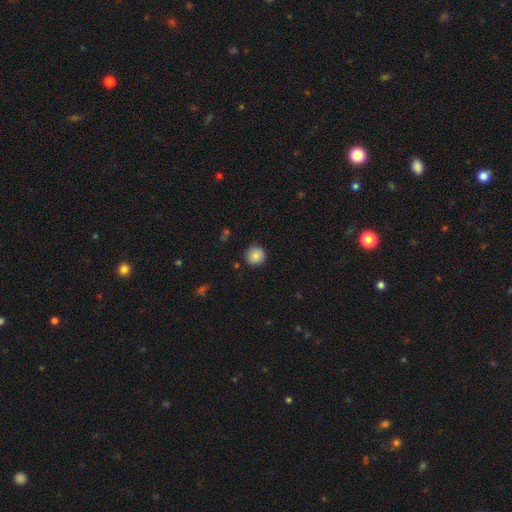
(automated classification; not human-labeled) smooth 86%, star or artifact 9%, featured or disk 5%. Down the decision tree: how rounded — round (95%); merging — none (90%).